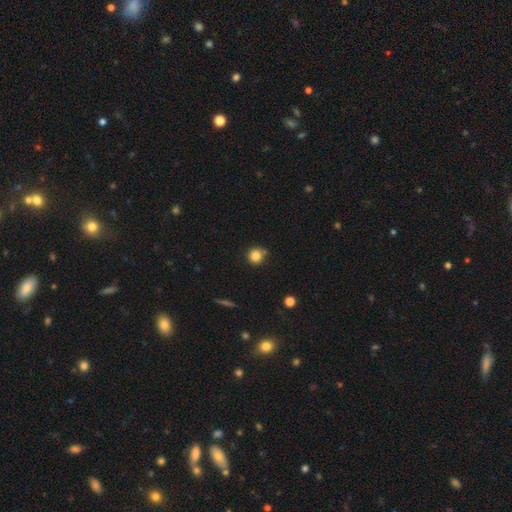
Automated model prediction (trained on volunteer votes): The model was most divided on "merging": none: 76%, minor disturbance: 17%, merger: 4%, major disturbance: 3%. More confident: how rounded — round (91%); smooth or featured — smooth (83%).